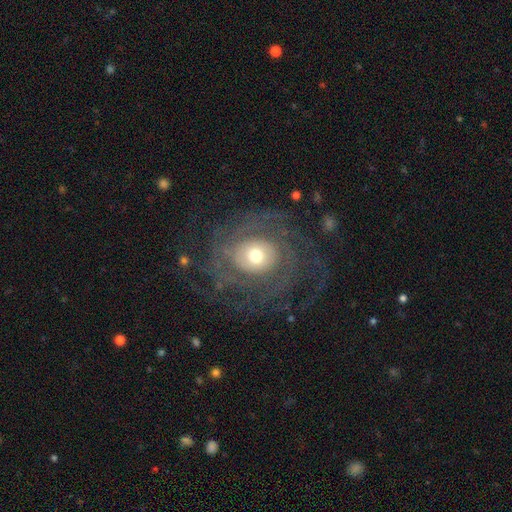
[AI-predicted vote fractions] Smooth or featured?
  - featured or disk: 75% *
  - smooth: 17%
  - star or artifact: 8%
Edge-on disk?
  - no: 97% *
  - yes: 3%
Bar?
  - no: 83% *
  - weak: 13%
  - strong: 4%
Spiral arms?
  - yes: 80% *
  - no: 20%
Spiral winding?
  - tight: 60% *
  - medium: 25%
  - loose: 15%
Spiral arm count?
  - can't tell: 40% *
  - 2: 21%
  - 3: 12%
  - 1: 9%
  - 4: 9%
  - more than 4: 9%
Bulge size?
  - moderate: 58% *
  - small: 25%
  - large: 13%
  - dominant: 2%
  - none: 1%
Merging?
  - none: 70% *
  - major disturbance: 15%
  - minor disturbance: 13%
  - merger: 2%